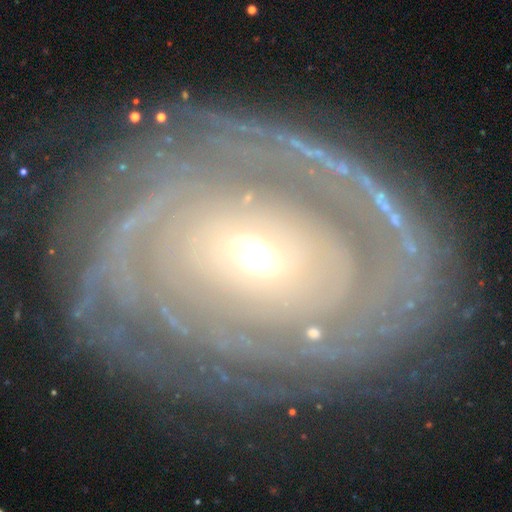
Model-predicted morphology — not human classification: This appears to be a featured or disk galaxy (87%) with no bar (60%), tight (68%) spiral arms (91%) and a small central bulge (50%). Merging: none (64%).